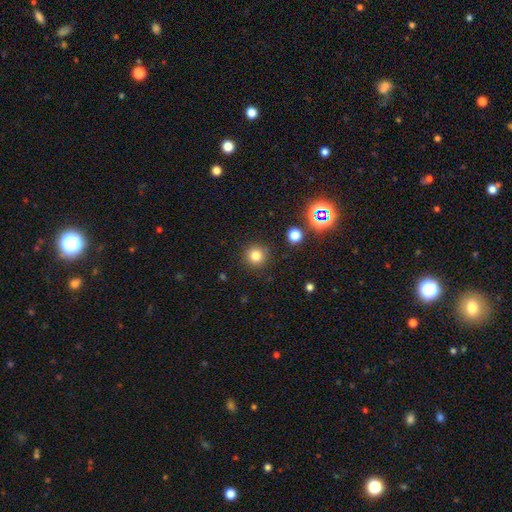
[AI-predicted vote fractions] This appears to be a smooth galaxy with no disk features (79%) that is round (94%). Merging: none (89%).